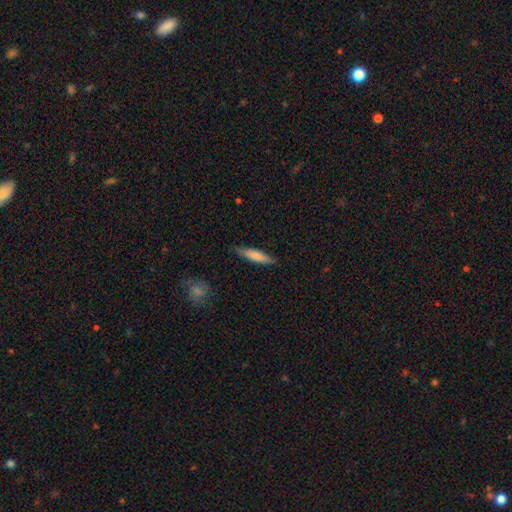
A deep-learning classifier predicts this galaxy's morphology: This appears to be a smooth galaxy with no disk features (75%) that is cigar-shaped (82%). Merging: none (85%).